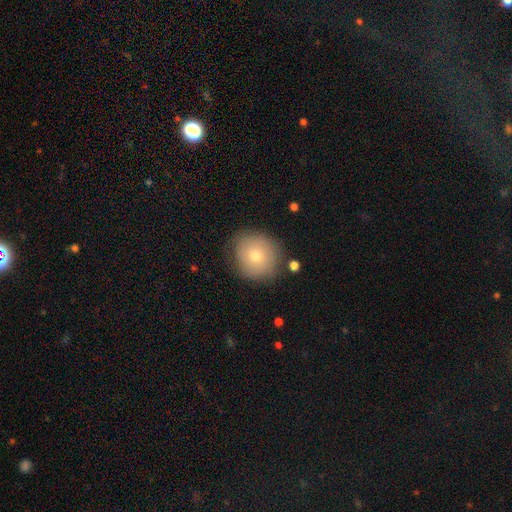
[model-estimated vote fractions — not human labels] The model was most divided on "smooth or featured": smooth: 72%, featured or disk: 19%, star or artifact: 9%. More confident: how rounded — round (89%); merging — none (80%).